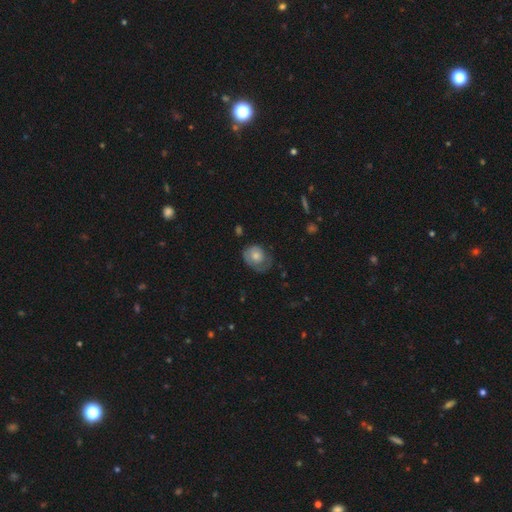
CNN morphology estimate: A smooth galaxy with no disk features (57%) that is round (51%).

Vote fractions:
- Smooth or featured? smooth: 57% / featured or disk: 36% / star or artifact: 7%
- How rounded? round: 51% / in between: 48% / cigar-shaped: 1%
- Merging? none: 49% / minor disturbance: 31% / major disturbance: 18% / merger: 2%